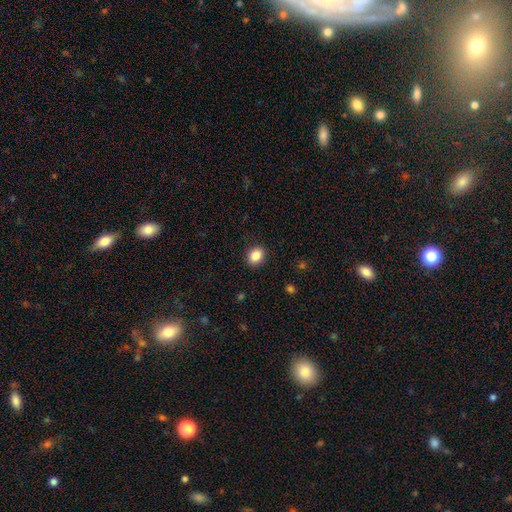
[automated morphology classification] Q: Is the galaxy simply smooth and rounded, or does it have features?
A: smooth — 87%.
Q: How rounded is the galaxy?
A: in between — 53%.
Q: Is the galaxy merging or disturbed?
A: none — 89%.